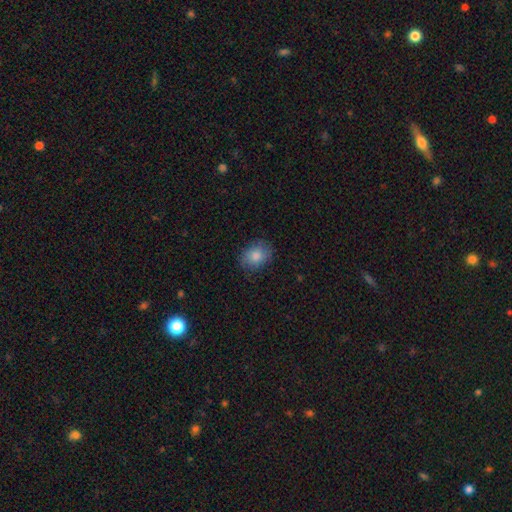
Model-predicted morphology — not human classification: The model was most divided on "how rounded": in between: 58%, round: 41%, cigar-shaped: 1%. More confident: smooth or featured — smooth (83%); merging — none (81%).